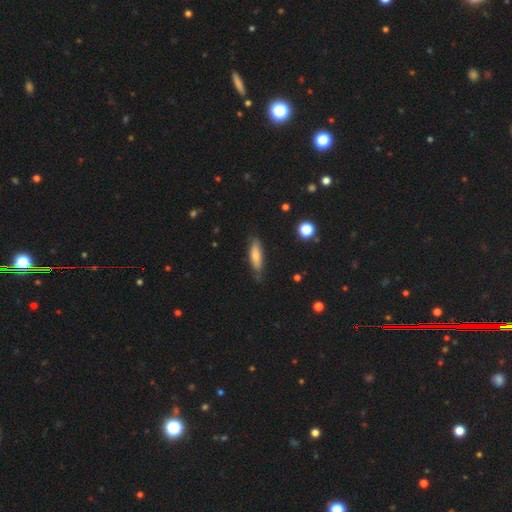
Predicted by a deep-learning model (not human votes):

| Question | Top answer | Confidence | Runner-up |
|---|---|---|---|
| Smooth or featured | smooth | 71% | featured or disk (23%) |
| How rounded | cigar-shaped | 59% | in between (39%) |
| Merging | none | 74% | minor disturbance (21%) |